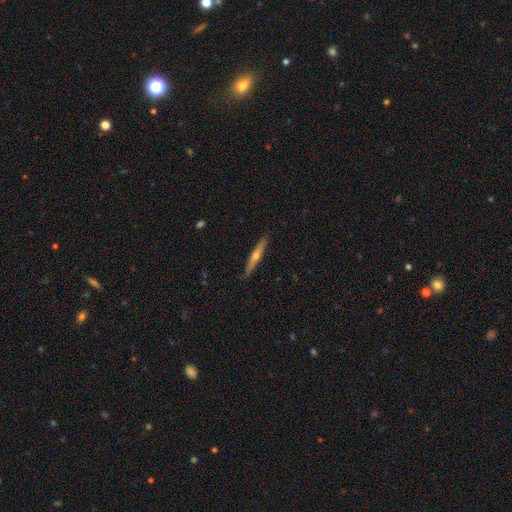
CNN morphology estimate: This appears to be a featured or disk galaxy (63%) viewed edge-on (97%) with a rounded central bulge (84%). Merging: none (90%).